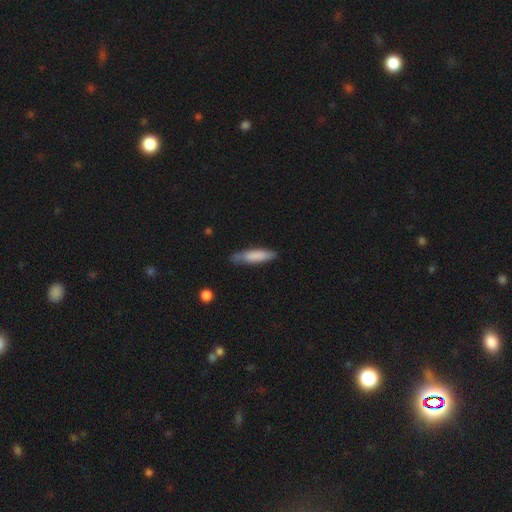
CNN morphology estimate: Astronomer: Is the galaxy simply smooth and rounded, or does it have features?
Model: smooth — 78%.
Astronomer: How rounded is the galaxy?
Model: cigar-shaped — 69%.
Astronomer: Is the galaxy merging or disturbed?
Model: none — 73%.